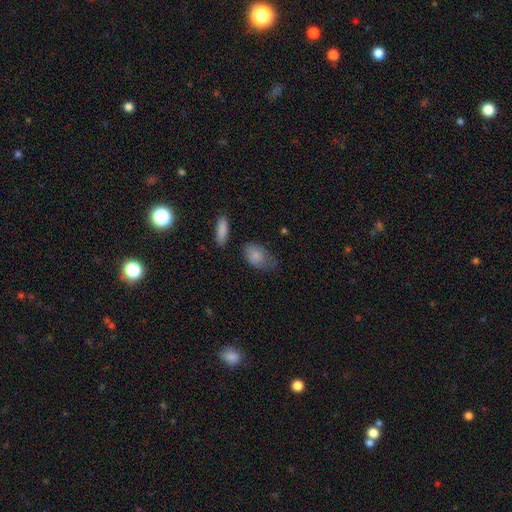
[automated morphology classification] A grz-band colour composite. It shows a smooth galaxy with no disk features (83%) that is in between round and cigar-shaped (89%). Merging: none (47%).